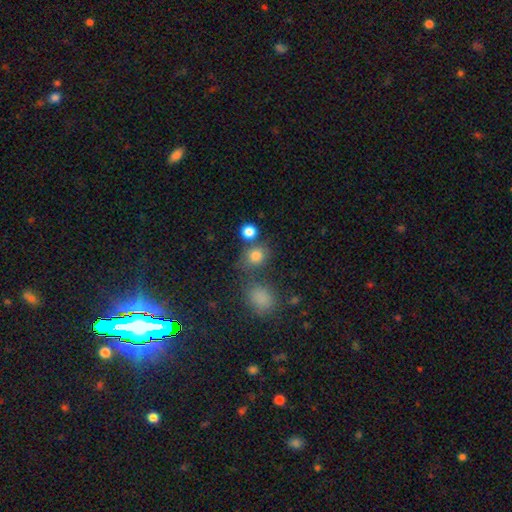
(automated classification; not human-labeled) Smooth or featured? Predicted: smooth (p=0.79). How rounded? Predicted: round (p=0.77). Merging? Predicted: none (p=0.66).